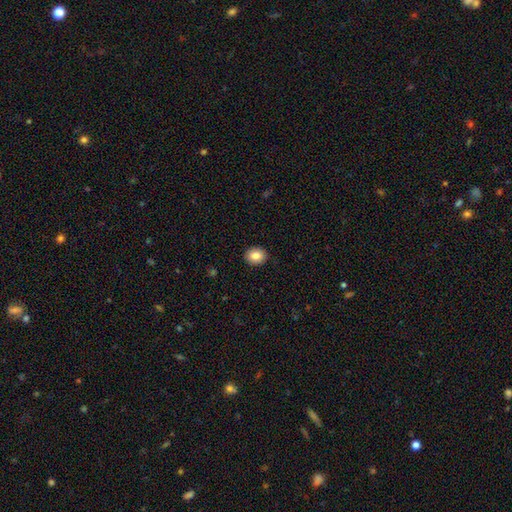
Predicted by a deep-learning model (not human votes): Overall: smooth (84%). How rounded: round (54%; in between 45%). Merging: none (91%).